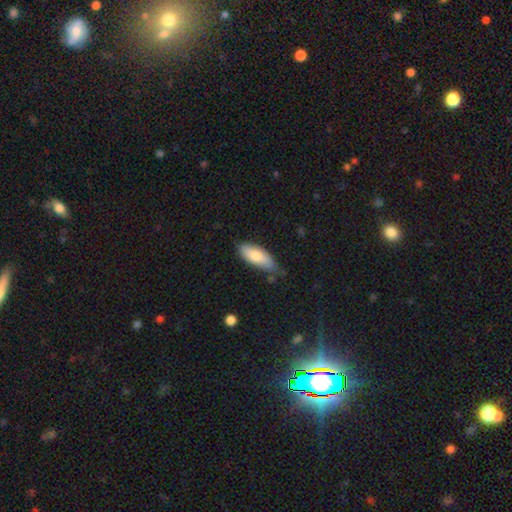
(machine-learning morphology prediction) Smooth or featured? smooth (79%)
How rounded? in between (77%)
Merging? none (63%)